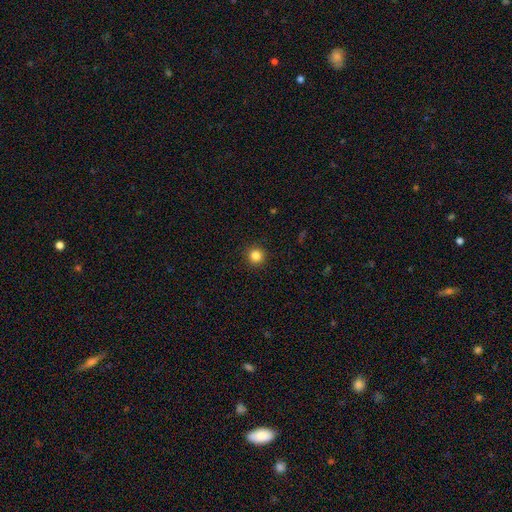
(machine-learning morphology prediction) Smooth or featured? smooth (84%)
How rounded? round (95%)
Merging? none (93%)